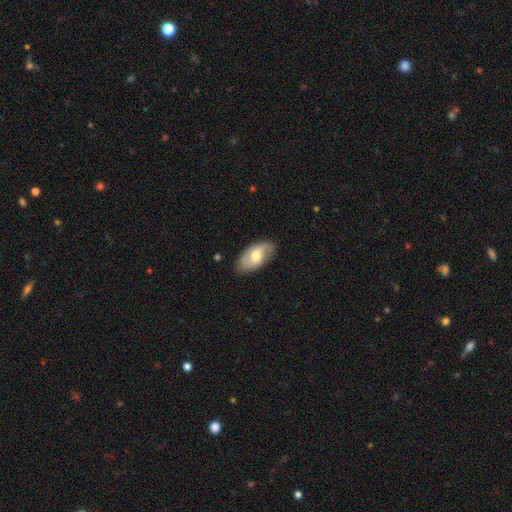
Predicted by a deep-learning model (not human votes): Overall: smooth (49%; featured or disk 45%). Merging: none (79%).